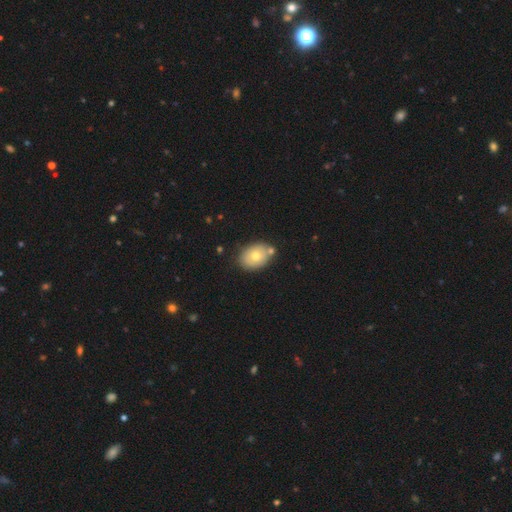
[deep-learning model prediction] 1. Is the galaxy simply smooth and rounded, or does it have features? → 68% smooth, 23% featured or disk, 8% star or artifact.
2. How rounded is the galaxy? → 73% in between, 26% round, 1% cigar-shaped.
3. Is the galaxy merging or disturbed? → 73% none, 14% minor disturbance, 10% merger, 3% major disturbance.